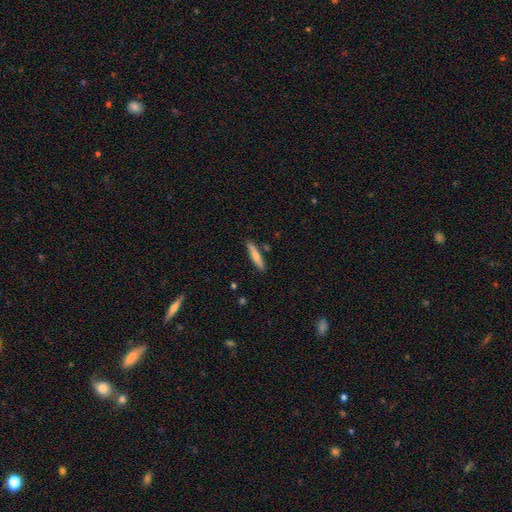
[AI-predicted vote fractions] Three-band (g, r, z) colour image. It shows a smooth galaxy with no disk features (66%) that is cigar-shaped (89%). Merging: none (86%).